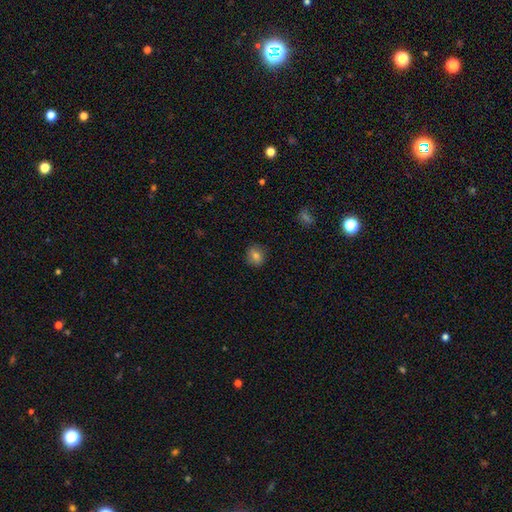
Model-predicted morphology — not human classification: smooth 78%, star or artifact 11%, featured or disk 11%. Down the decision tree: how rounded — round (76%); merging — none (86%).